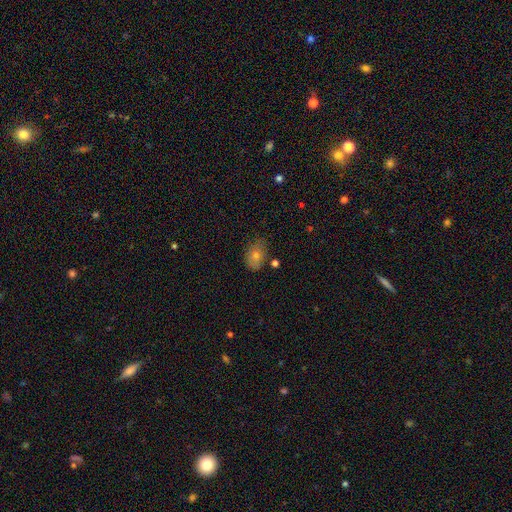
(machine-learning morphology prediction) smooth-or-featured: smooth: 68% | featured or disk: 17% | star or artifact: 15%
  how-rounded: in between: 80% | round: 18% | cigar-shaped: 2%
  merging: none: 72% | minor disturbance: 20% | major disturbance: 4% | merger: 3%